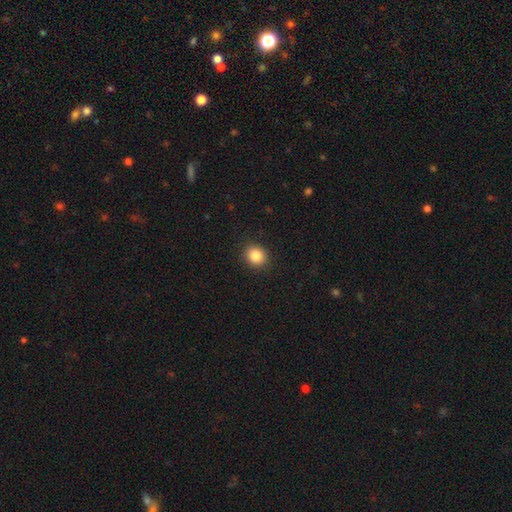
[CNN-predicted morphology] type=smooth (85%); roundness=round (80%); merging=none (90%).